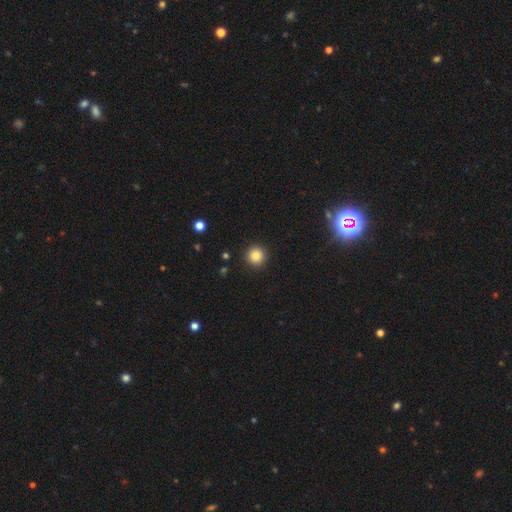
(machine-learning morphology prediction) This is clearly a smooth galaxy (84%). How rounded: clearly round (95%). Merging: clearly none (92%).